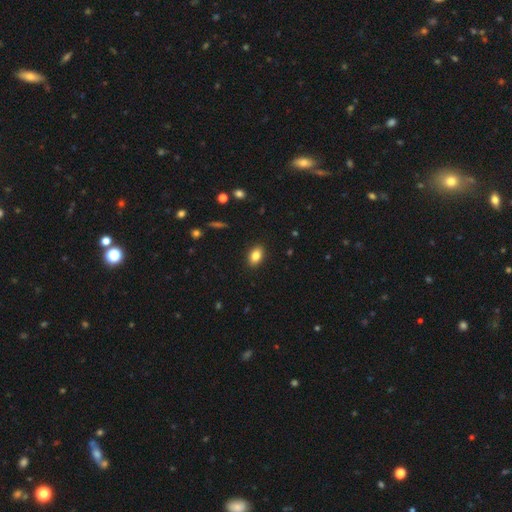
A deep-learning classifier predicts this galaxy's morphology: smooth_or_featured: smooth (p=0.84) [alt: star or artifact p=0.09]
how_rounded: in between (p=0.85) [alt: round p=0.13]
merging: none (p=0.89) [alt: minor disturbance p=0.08]